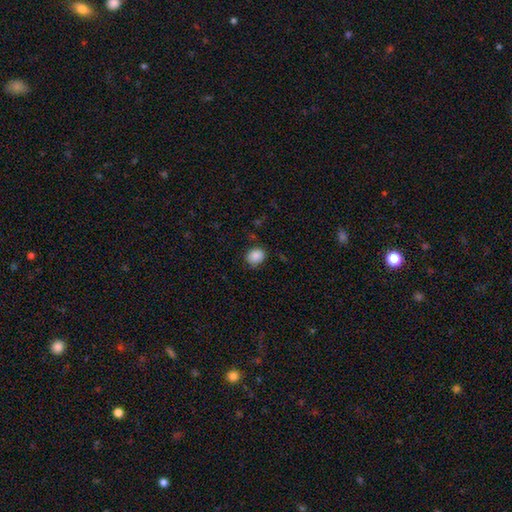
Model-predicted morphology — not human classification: smooth 87%, star or artifact 9%, featured or disk 4%. Down the decision tree: how rounded — round (63%); merging — none (75%).